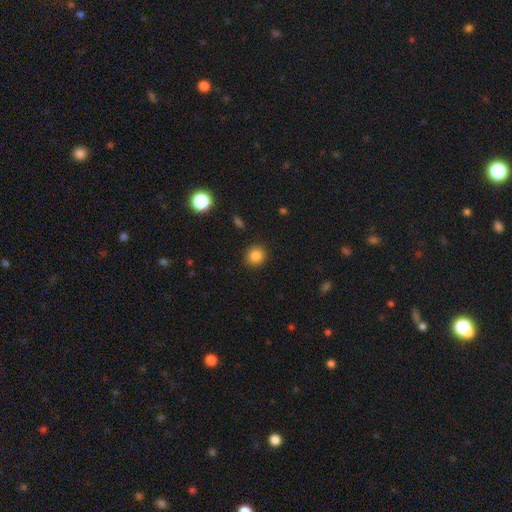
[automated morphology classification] type=smooth (84%); roundness=round (88%); merging=none (90%).